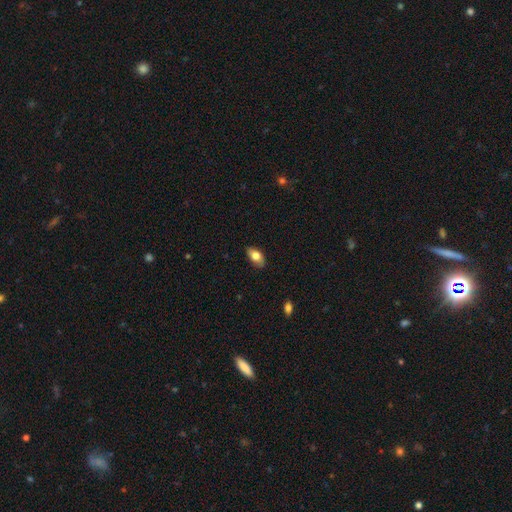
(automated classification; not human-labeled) Smooth or featured: smooth — 78% (featured or disk — 15%)
How rounded: in between — 92% (round — 5%)
Merging: none — 84% (minor disturbance — 13%)